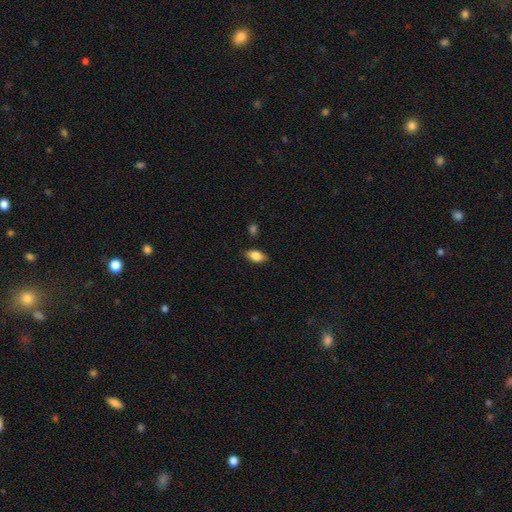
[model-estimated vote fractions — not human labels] Q: Smooth or featured?
A: smooth (81%); runner-up: featured or disk (12%)
Q: How rounded?
A: in between (90%); runner-up: cigar-shaped (6%)
Q: Merging?
A: none (83%); runner-up: minor disturbance (13%)